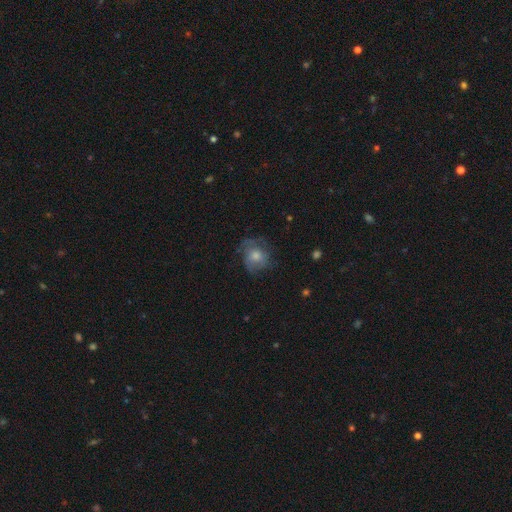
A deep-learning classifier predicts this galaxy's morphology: Smooth or featured? smooth (52%)
How rounded? round (70%)
Merging? none (54%)